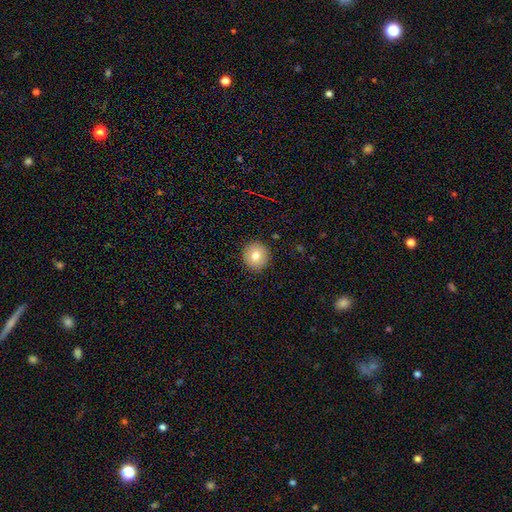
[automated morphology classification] Smooth or featured?
  - smooth: 78% *
  - featured or disk: 12%
  - star or artifact: 9%
How rounded?
  - round: 94% *
  - in between: 5%
  - cigar-shaped: 1%
Merging?
  - none: 91% *
  - minor disturbance: 6%
  - major disturbance: 2%
  - merger: 1%